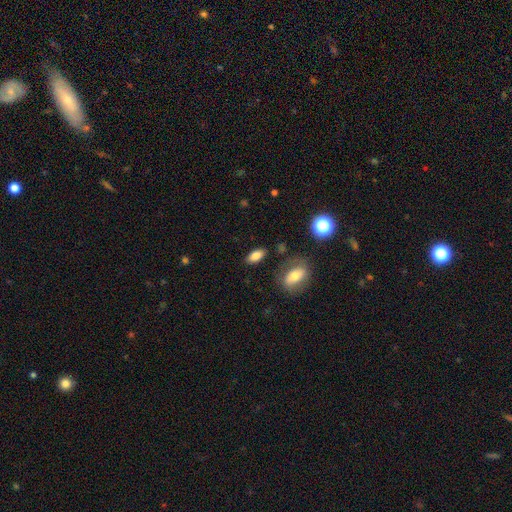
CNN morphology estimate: Q: Smooth or featured?
A: smooth (82%); runner-up: featured or disk (9%)
Q: How rounded?
A: in between (87%); runner-up: cigar-shaped (8%)
Q: Merging?
A: none (83%); runner-up: minor disturbance (11%)